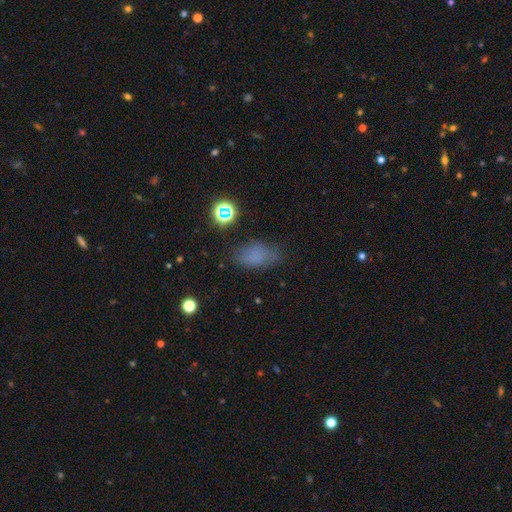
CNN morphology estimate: smooth-or-featured: smooth: 73% | star or artifact: 17% | featured or disk: 9%
  how-rounded: in between: 86% | round: 11% | cigar-shaped: 3%
  merging: none: 68% | minor disturbance: 21% | major disturbance: 8% | merger: 2%